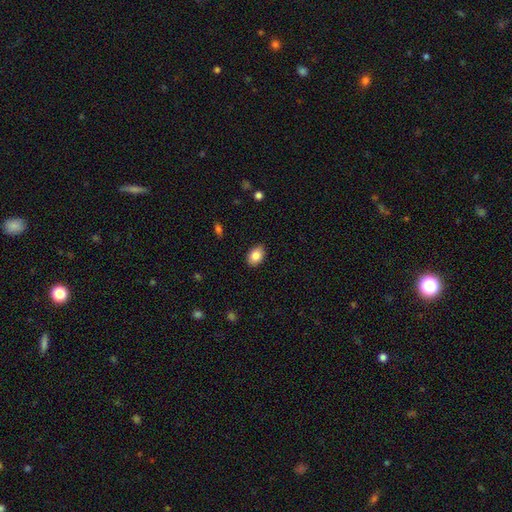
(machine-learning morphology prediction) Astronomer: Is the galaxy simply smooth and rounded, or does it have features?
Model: smooth — 85%.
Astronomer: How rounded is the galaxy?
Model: in between — 84%.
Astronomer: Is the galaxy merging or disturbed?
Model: none — 88%.